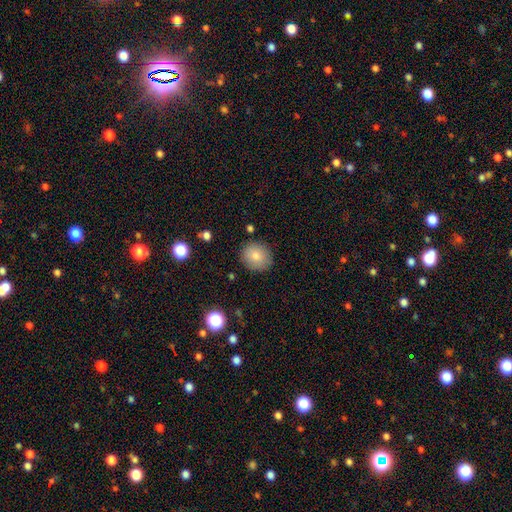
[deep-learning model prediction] A smooth galaxy with no disk features (80%) that is round (78%). Merging: none (87%).